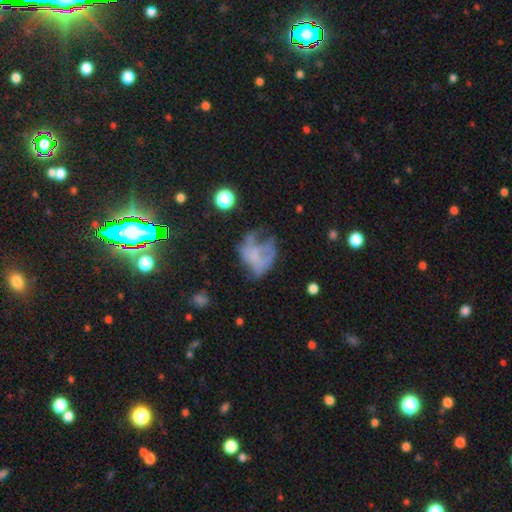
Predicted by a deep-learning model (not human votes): A featured or disk galaxy (50%).

Vote fractions:
- Smooth or featured? featured or disk: 50% / smooth: 33% / star or artifact: 17%
- Edge-on disk? no: 98% / yes: 2%
- Merging? major disturbance: 44% / none: 27% / minor disturbance: 22% / merger: 6%